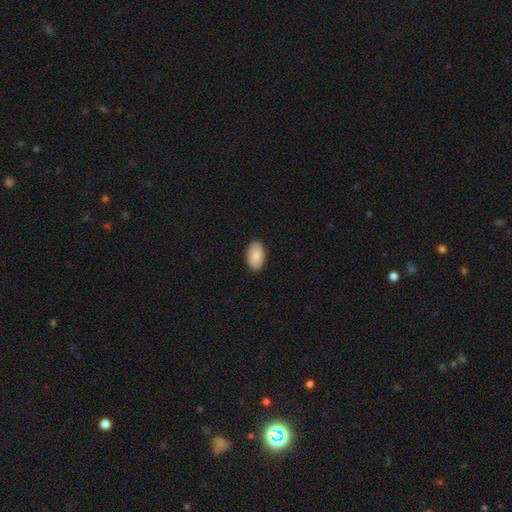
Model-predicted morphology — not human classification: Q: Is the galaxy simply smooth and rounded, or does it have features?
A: smooth — 87%.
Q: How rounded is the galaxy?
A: in between — 94%.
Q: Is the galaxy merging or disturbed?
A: none — 89%.